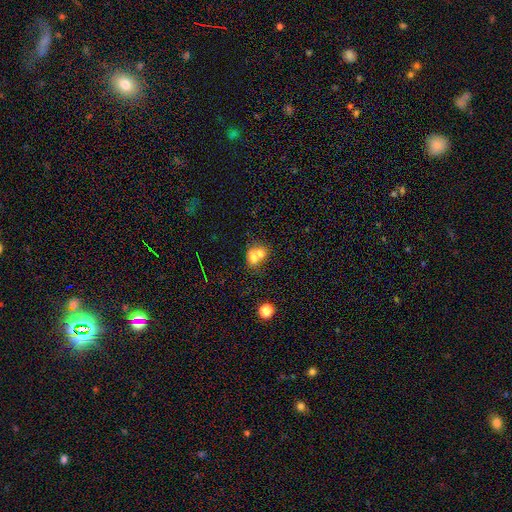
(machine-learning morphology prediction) Smooth or featured? Predicted: smooth (p=0.66). How rounded? Predicted: round (p=0.59). Merging? Predicted: merger (p=0.67).